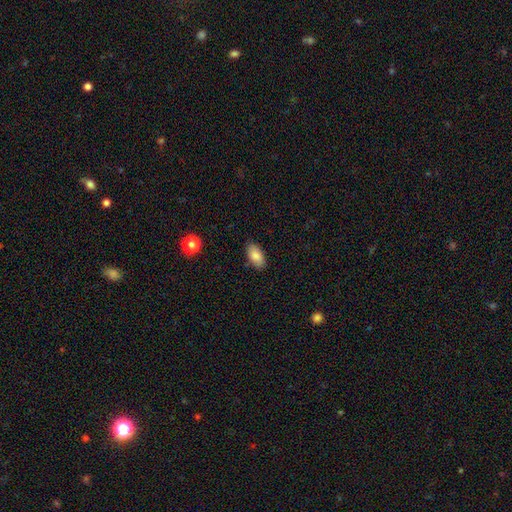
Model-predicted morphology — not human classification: Q: Smooth or featured?
A: smooth (85%); runner-up: featured or disk (8%)
Q: How rounded?
A: in between (93%); runner-up: round (4%)
Q: Merging?
A: none (86%); runner-up: minor disturbance (10%)